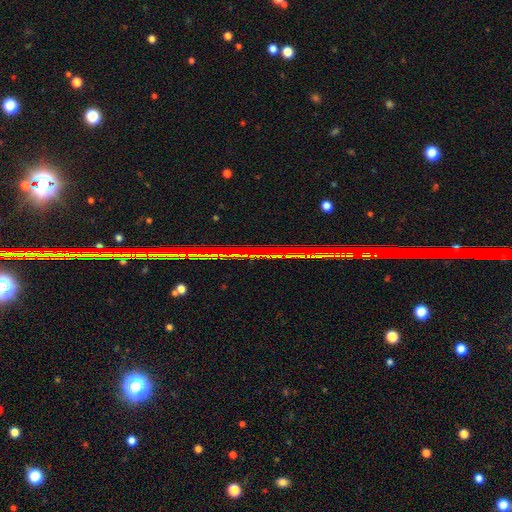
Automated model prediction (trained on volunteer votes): Overall: star or artifact (78%).